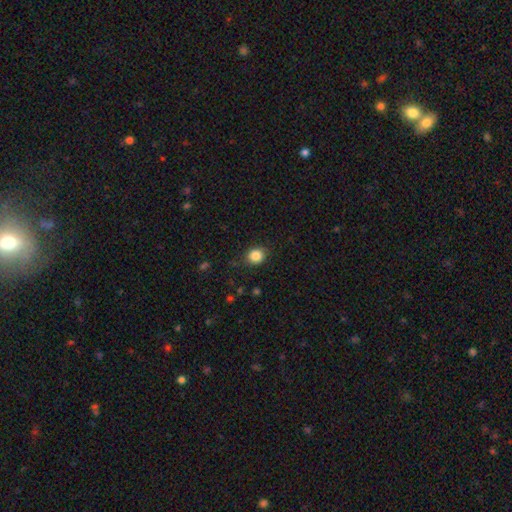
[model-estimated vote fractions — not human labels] Overall: smooth (86%). How rounded: round (72%). Merging: none (86%).